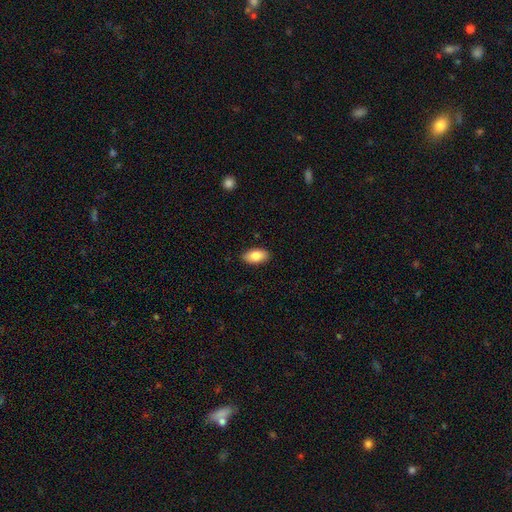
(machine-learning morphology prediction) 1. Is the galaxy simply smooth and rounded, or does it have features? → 85% smooth, 9% featured or disk, 7% star or artifact.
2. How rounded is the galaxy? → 94% in between, 4% round, 3% cigar-shaped.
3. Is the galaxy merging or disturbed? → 89% none, 9% minor disturbance, 2% major disturbance, 1% merger.